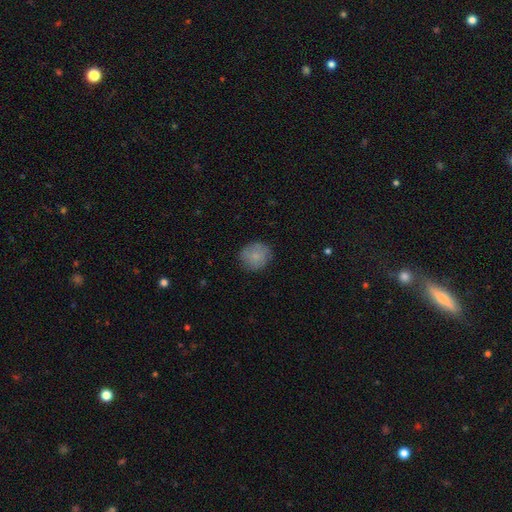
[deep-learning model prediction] Overall: smooth (81%). How rounded: round (86%). Merging: none (82%).